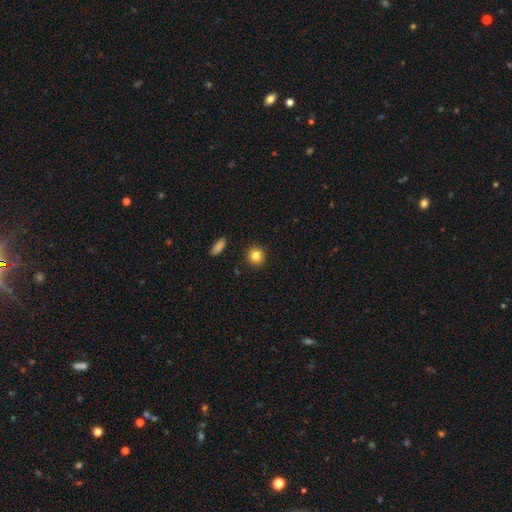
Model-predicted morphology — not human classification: This appears to be a smooth galaxy with no disk features (84%) that is round (91%). Merging: none (91%).